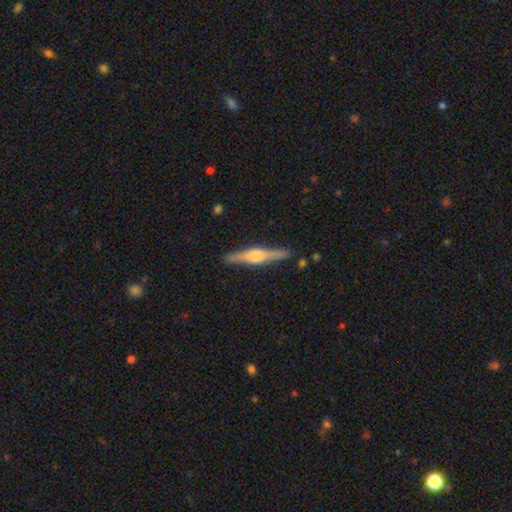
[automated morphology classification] type=featured or disk (78%); edge-on=yes (98%); edge-on bulge=rounded (84%); merging=none (90%).